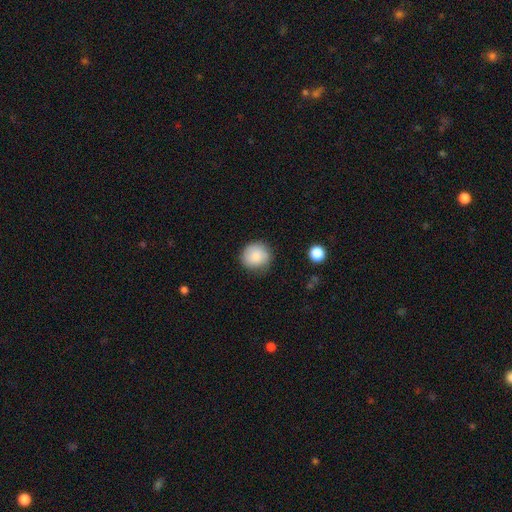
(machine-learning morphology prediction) Smooth or featured?
  - smooth: 87% *
  - star or artifact: 8%
  - featured or disk: 6%
How rounded?
  - round: 90% *
  - in between: 9%
  - cigar-shaped: 1%
Merging?
  - none: 80% *
  - minor disturbance: 16%
  - major disturbance: 3%
  - merger: 1%